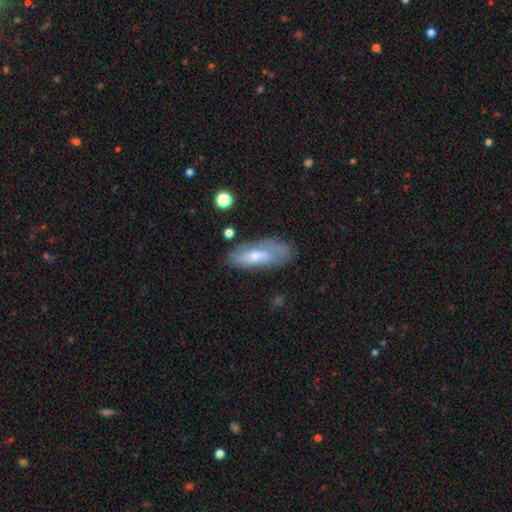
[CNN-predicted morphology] A smooth galaxy with no disk features (52%) that is in between round and cigar-shaped (66%). Merging: none (53%).